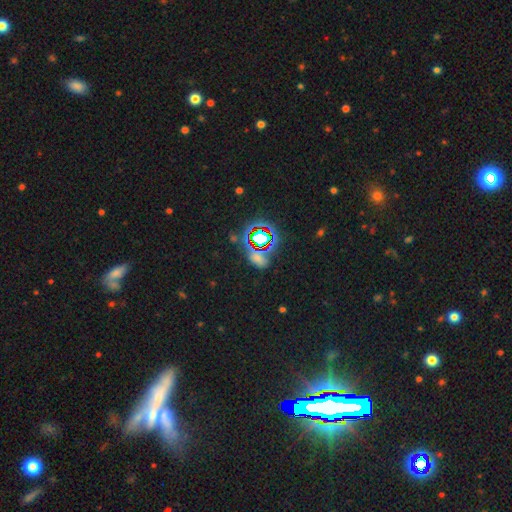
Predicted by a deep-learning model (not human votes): Overall: star or artifact (61%; smooth 28%).